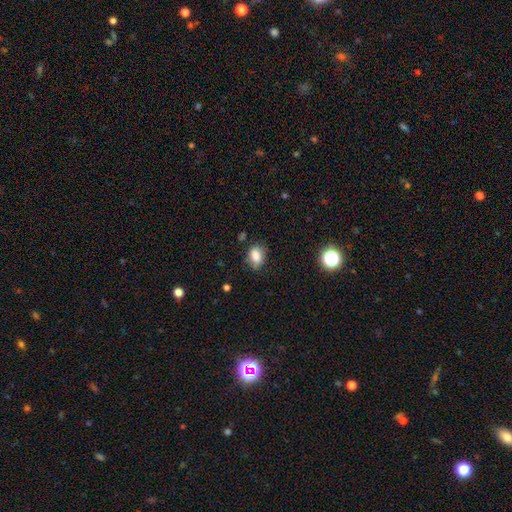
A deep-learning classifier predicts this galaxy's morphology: type=smooth (83%); roundness=in between (70%); merging=none (70%).